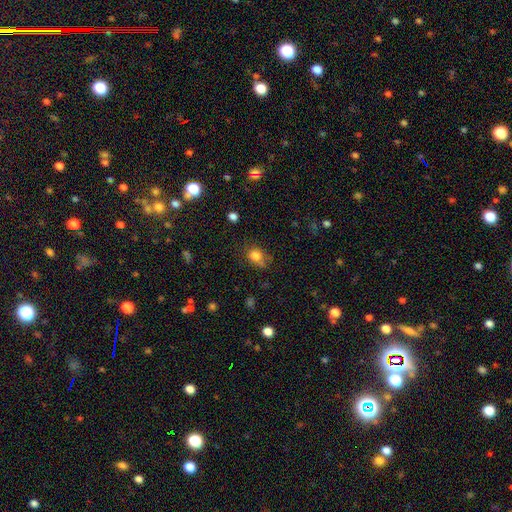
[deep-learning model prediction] smooth_or_featured: smooth (p=0.79) [alt: star or artifact p=0.13]
how_rounded: round (p=0.61) [alt: in between p=0.37]
merging: none (p=0.54) [alt: minor disturbance p=0.27]